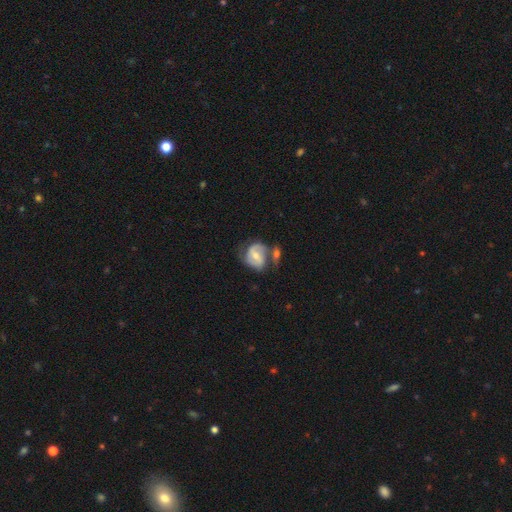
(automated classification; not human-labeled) Smooth or featured?
  - featured or disk: 70% *
  - smooth: 24%
  - star or artifact: 6%
Edge-on disk?
  - no: 97% *
  - yes: 3%
Bar?
  - weak: 44% *
  - no: 37%
  - strong: 19%
Spiral arms?
  - yes: 86% *
  - no: 14%
Spiral winding?
  - medium: 47% *
  - tight: 33%
  - loose: 21%
Spiral arm count?
  - 2: 79% *
  - can't tell: 11%
  - 1: 6%
  - 3: 3%
  - 4: 1%
  - more than 4: 1%
Bulge size?
  - moderate: 57% *
  - small: 37%
  - large: 3%
  - none: 2%
  - dominant: 1%
Merging?
  - none: 40% *
  - merger: 28%
  - minor disturbance: 20%
  - major disturbance: 12%